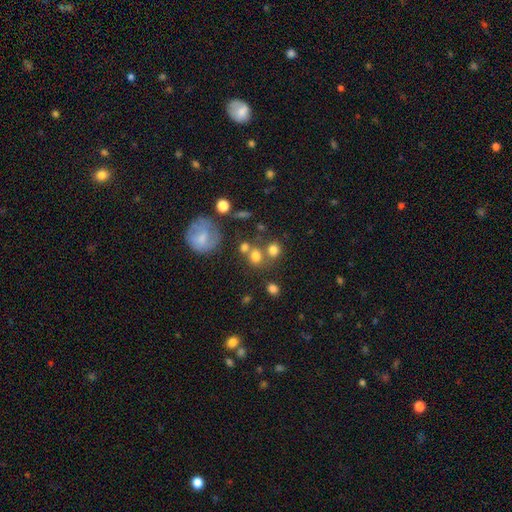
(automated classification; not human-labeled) Smooth or featured? Predicted: smooth (p=0.73). How rounded? Predicted: round (p=0.77). Merging? Predicted: none (p=0.53).